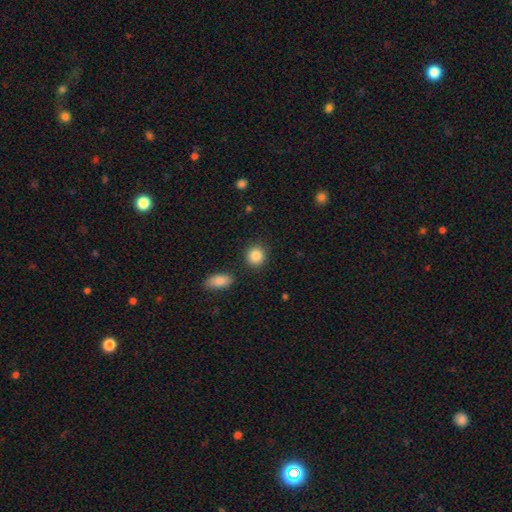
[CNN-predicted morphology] smooth 87%, star or artifact 8%, featured or disk 5%. Down the decision tree: how rounded — round (85%); merging — none (87%).